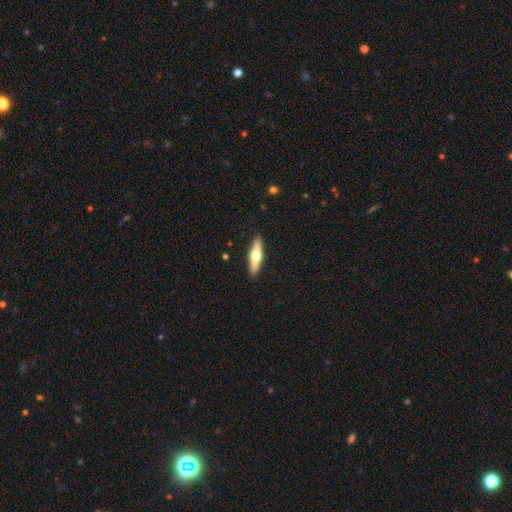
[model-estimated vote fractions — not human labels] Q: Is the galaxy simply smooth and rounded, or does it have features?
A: featured or disk — 53%.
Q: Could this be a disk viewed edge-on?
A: yes — 94%.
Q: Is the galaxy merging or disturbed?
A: none — 91%.